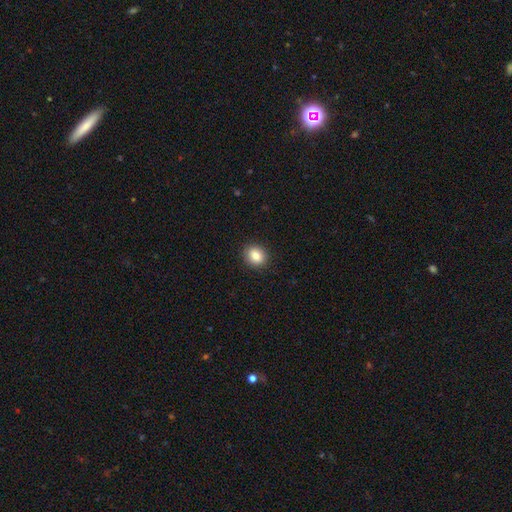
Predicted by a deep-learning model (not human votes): Q: Smooth or featured?
A: smooth (86%); runner-up: star or artifact (9%)
Q: How rounded?
A: round (64%); runner-up: in between (35%)
Q: Merging?
A: none (91%); runner-up: minor disturbance (6%)